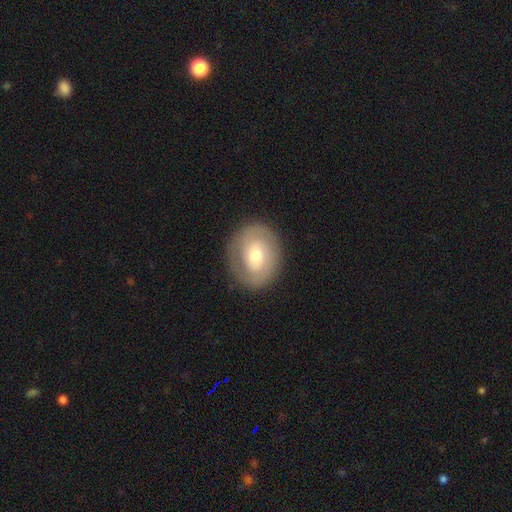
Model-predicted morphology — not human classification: featured or disk 52%, smooth 41%, star or artifact 7%. Down the decision tree: edge-on disk — no (95%); merging — none (84%).